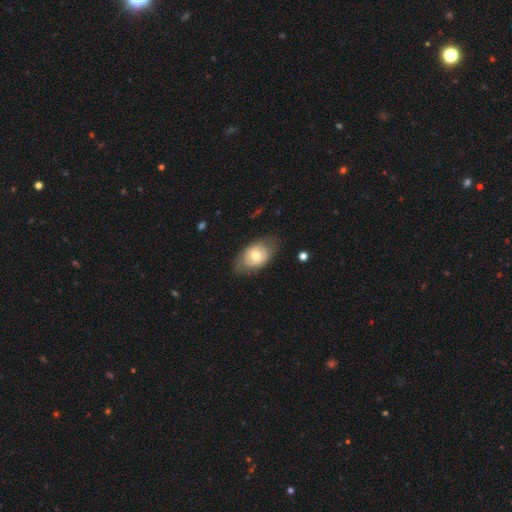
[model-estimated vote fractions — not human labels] The model was most divided on "smooth or featured": smooth: 63%, featured or disk: 31%, star or artifact: 7%. More confident: how rounded — in between (81%); merging — none (71%).